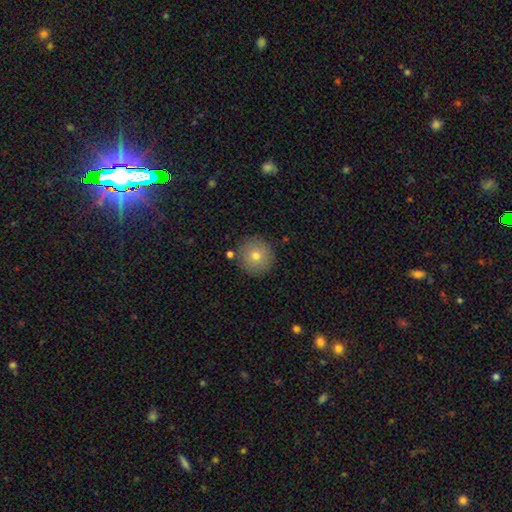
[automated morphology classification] Smooth or featured? smooth (76%)
How rounded? round (95%)
Merging? none (86%)